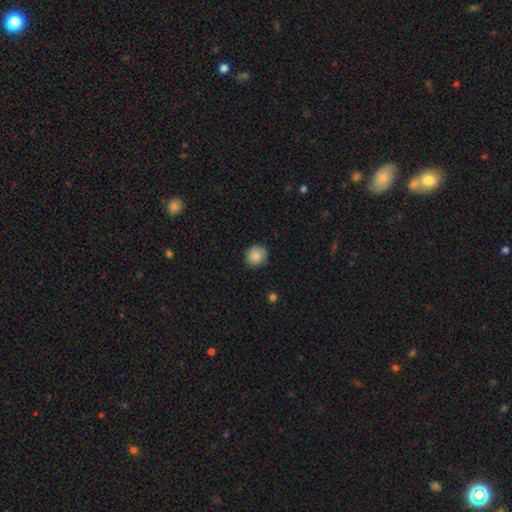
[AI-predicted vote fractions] A smooth galaxy with no disk features (86%) that is round (92%).

Vote fractions:
- Smooth or featured? smooth: 86% / star or artifact: 8% / featured or disk: 6%
- How rounded? round: 92% / in between: 7% / cigar-shaped: 1%
- Merging? none: 85% / minor disturbance: 12% / major disturbance: 2% / merger: 1%